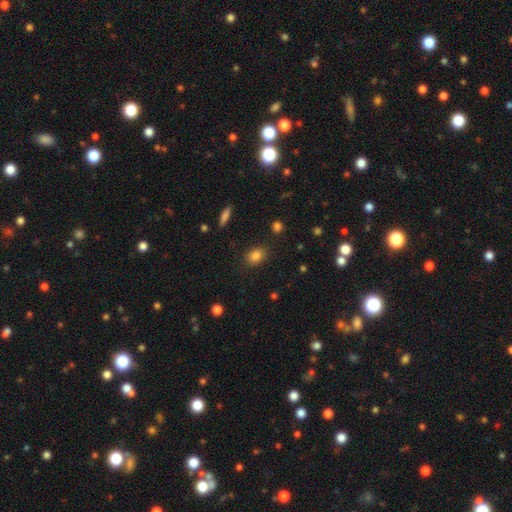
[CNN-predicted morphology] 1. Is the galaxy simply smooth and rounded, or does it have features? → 84% smooth, 10% star or artifact, 6% featured or disk.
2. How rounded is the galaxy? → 67% in between, 31% round, 2% cigar-shaped.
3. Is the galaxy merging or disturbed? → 85% none, 10% minor disturbance, 3% major disturbance, 2% merger.